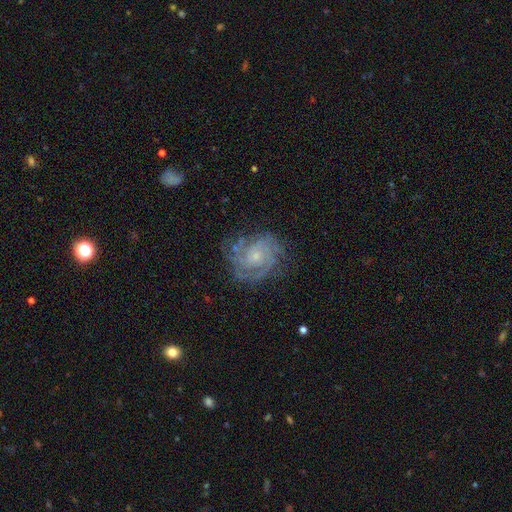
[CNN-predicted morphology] featured or disk 82%, smooth 10%, star or artifact 9%. Down the decision tree: edge-on disk — no (98%); bar — no (70%); spiral arms — yes (96%); spiral arm count — 2 (27%); spiral winding — tight (63%); bulge size — small (65%); merging — none (73%).